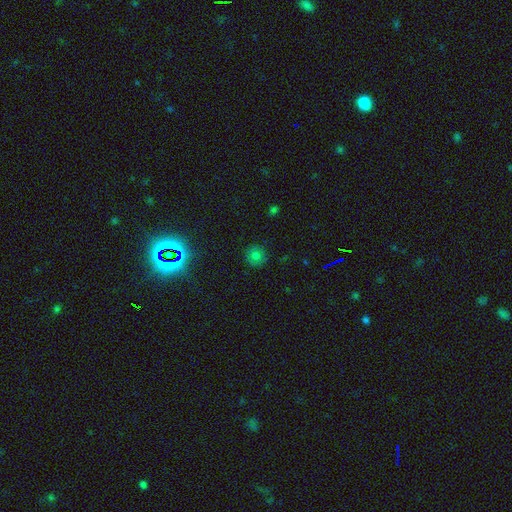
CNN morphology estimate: A smooth galaxy with no disk features (72%) that is round (92%). Merging: none (87%).